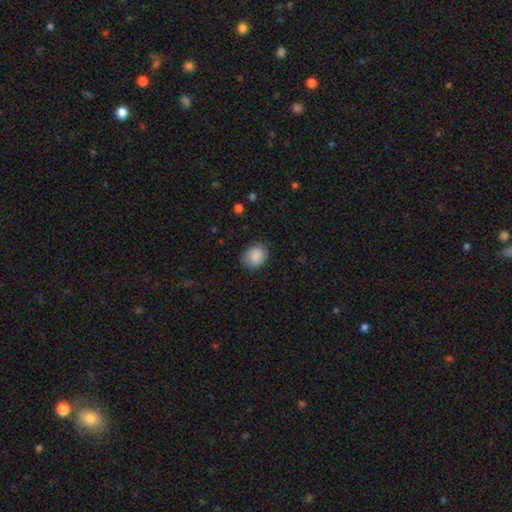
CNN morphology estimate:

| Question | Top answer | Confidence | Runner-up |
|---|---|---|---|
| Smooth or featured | smooth | 88% | star or artifact (7%) |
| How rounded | round | 62% | in between (37%) |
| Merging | none | 83% | minor disturbance (13%) |